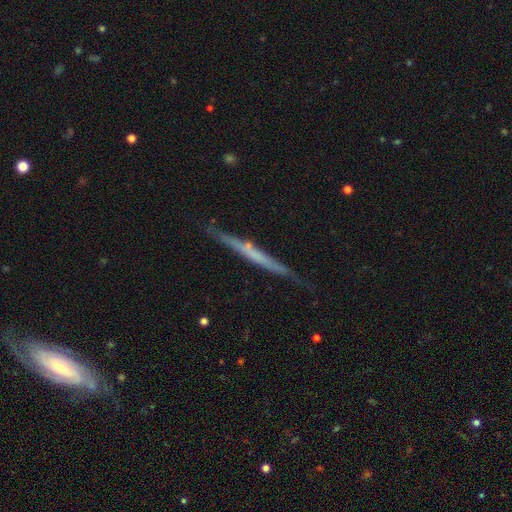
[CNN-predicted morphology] smooth_or_featured: featured or disk (p=0.63) [alt: smooth p=0.30]
disk_edge_on: yes (p=0.96) [alt: no p=0.04]
edge_on_bulge: none (p=0.77) [alt: rounded p=0.14]
merging: none (p=0.82) [alt: minor disturbance p=0.14]